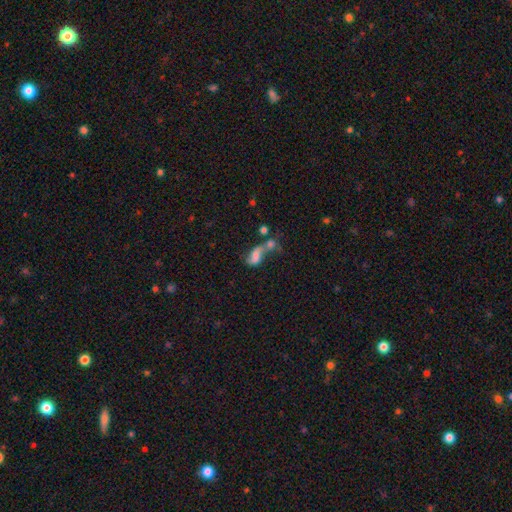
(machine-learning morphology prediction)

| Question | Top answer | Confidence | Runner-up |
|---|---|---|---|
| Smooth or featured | smooth | 46% | featured or disk (40%) |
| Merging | merger | 54% | none (18%) |